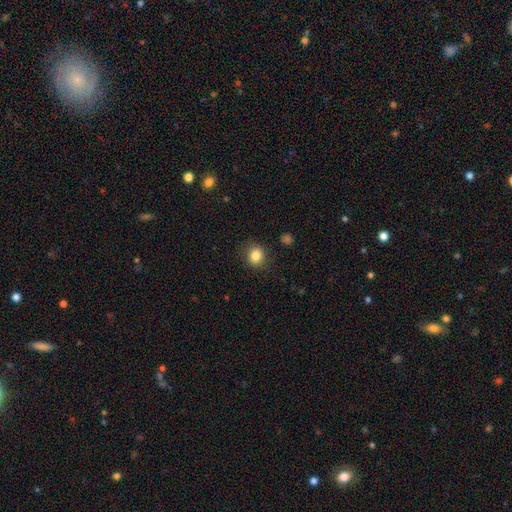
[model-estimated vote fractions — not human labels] Smooth or featured?
  - smooth: 84% *
  - star or artifact: 11%
  - featured or disk: 6%
How rounded?
  - round: 71% *
  - in between: 28%
  - cigar-shaped: 1%
Merging?
  - none: 87% *
  - minor disturbance: 9%
  - major disturbance: 3%
  - merger: 1%